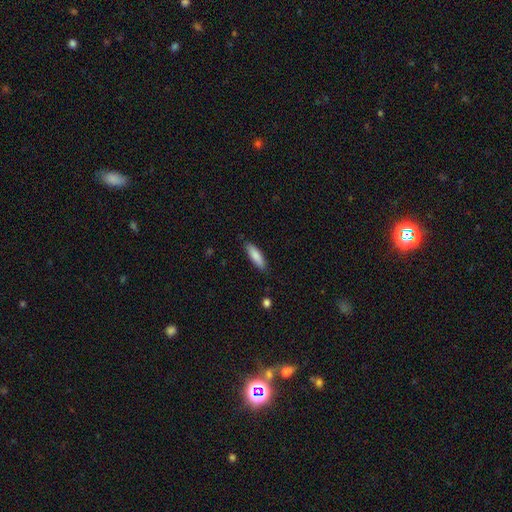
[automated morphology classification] A smooth galaxy with no disk features (85%) that is cigar-shaped (59%). Merging: none (86%).